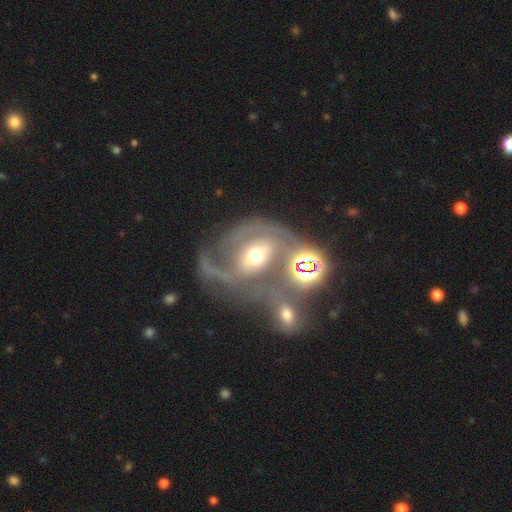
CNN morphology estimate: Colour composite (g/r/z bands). It shows a featured or disk galaxy (64%) with no bar (45%), spiral arms (63%) and a moderate central bulge (62%). Merging: merger (37%).